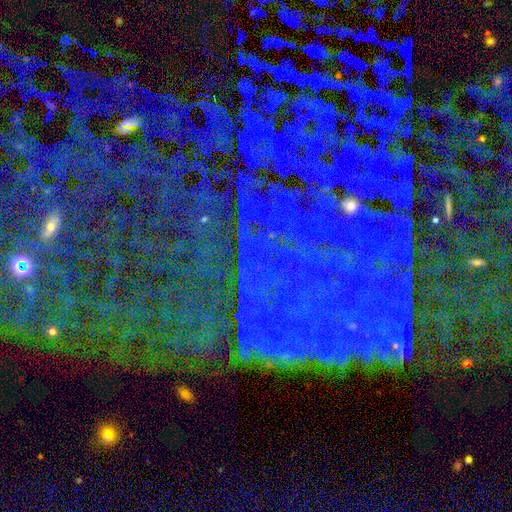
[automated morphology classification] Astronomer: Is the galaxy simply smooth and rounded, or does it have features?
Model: star or artifact — 85%.